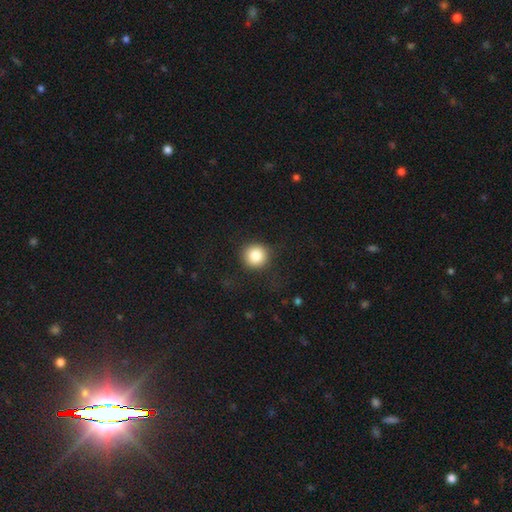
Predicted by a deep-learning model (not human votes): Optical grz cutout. It shows a smooth galaxy with no disk features (84%) that is round (94%). Merging: none (86%).